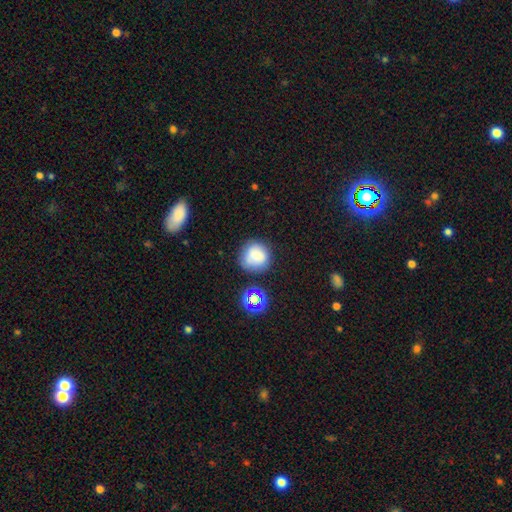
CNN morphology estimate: smooth-or-featured: smooth: 78% | star or artifact: 13% | featured or disk: 9%
  how-rounded: round: 87% | in between: 12% | cigar-shaped: 1%
  merging: none: 69% | minor disturbance: 18% | merger: 7% | major disturbance: 6%